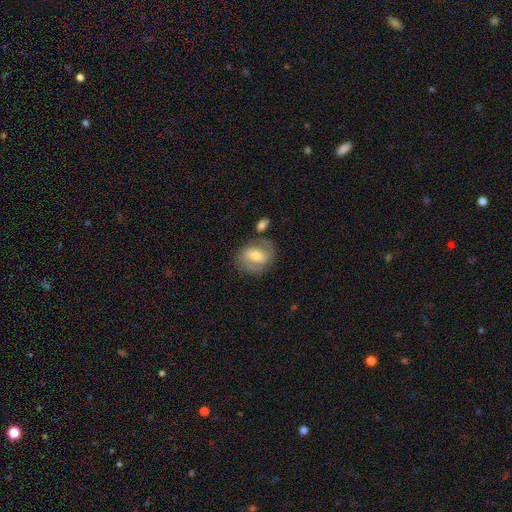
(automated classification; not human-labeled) Smooth or featured? Predicted: featured or disk (p=0.47). Merging? Predicted: none (p=0.68).